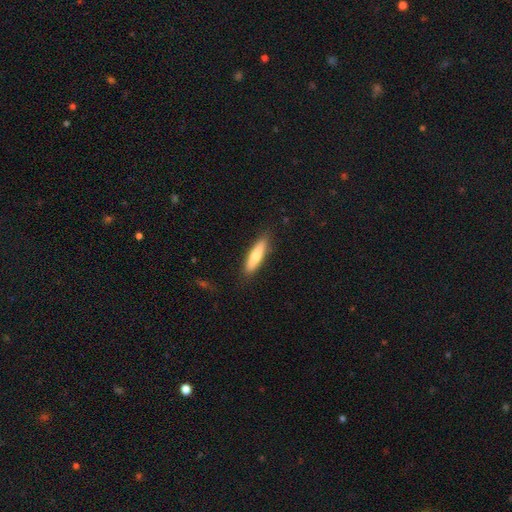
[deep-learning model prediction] A smooth galaxy with no disk features (72%) that is cigar-shaped (74%).

Vote fractions:
- Smooth or featured? smooth: 72% / featured or disk: 23% / star or artifact: 6%
- How rounded? cigar-shaped: 74% / in between: 24% / round: 2%
- Merging? none: 87% / minor disturbance: 10% / major disturbance: 2% / merger: 1%